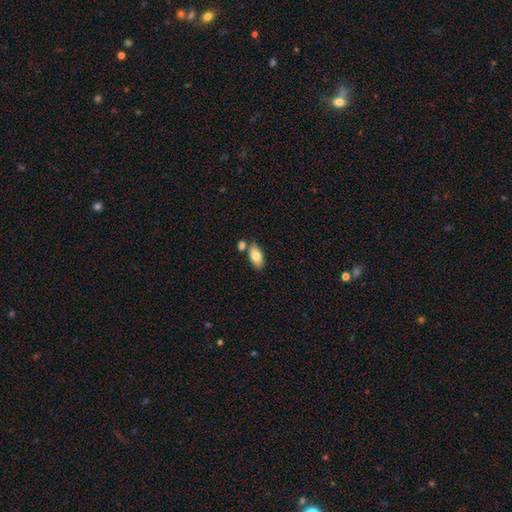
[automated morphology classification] Smooth or featured? Predicted: smooth (p=0.83). How rounded? Predicted: in between (p=0.93). Merging? Predicted: none (p=0.68).